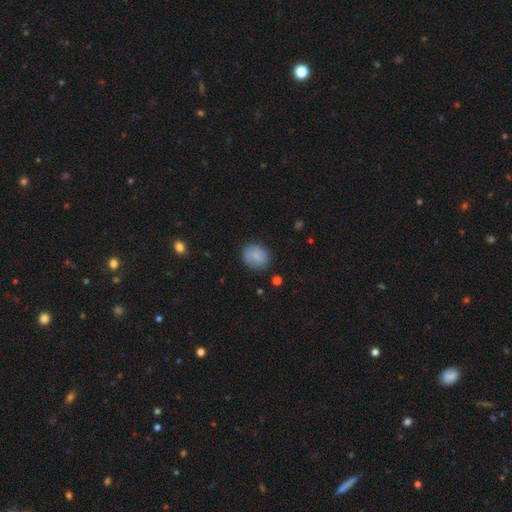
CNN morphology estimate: Q: Smooth or featured?
A: smooth (83%); runner-up: featured or disk (9%)
Q: How rounded?
A: round (62%); runner-up: in between (37%)
Q: Merging?
A: none (82%); runner-up: minor disturbance (13%)